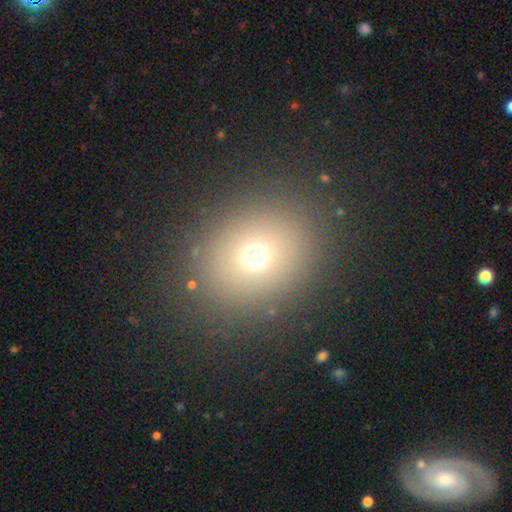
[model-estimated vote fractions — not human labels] Overall: smooth (68%). How rounded: round (67%; in between 32%). Merging: none (88%).